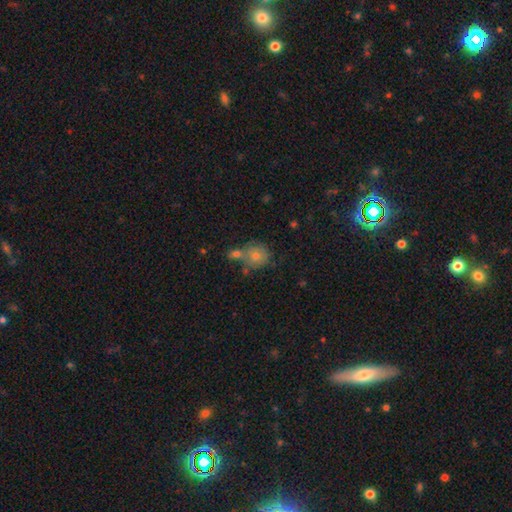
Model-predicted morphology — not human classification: This appears to be a smooth galaxy with no disk features (68%) that is round (85%). Merging: none (58%).